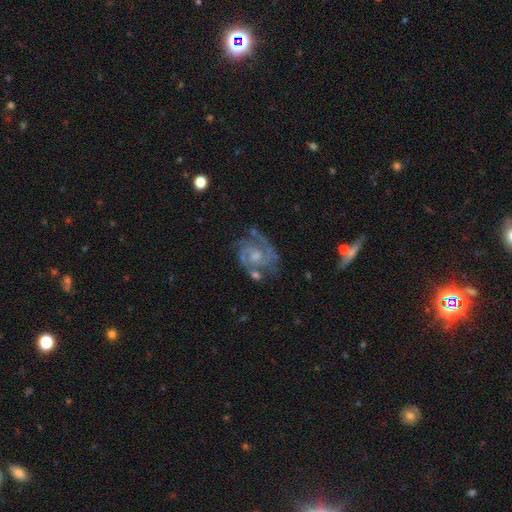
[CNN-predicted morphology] Smooth or featured: featured or disk — 88% (smooth — 6%)
Edge-on disk: no — 98% (yes — 2%)
Bar: no — 61% (weak — 33%)
Spiral arms: yes — 97% (no — 3%)
Spiral winding: tight — 50% (medium — 41%)
Spiral arm count: 2 — 67% (3 — 14%)
Bulge size: moderate — 46% (small — 39%)
Merging: none — 64% (minor disturbance — 20%)